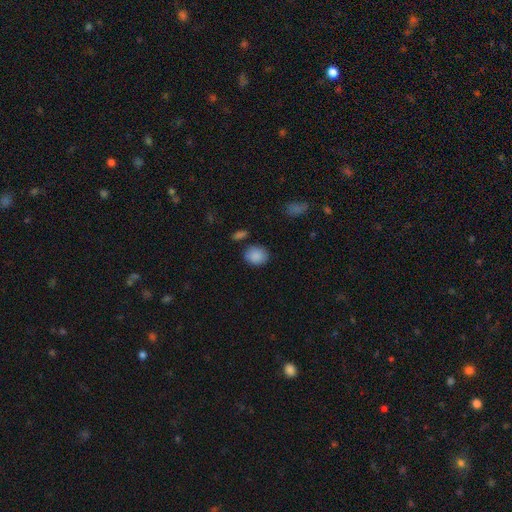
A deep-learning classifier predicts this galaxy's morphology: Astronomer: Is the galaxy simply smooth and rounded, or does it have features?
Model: smooth — 88%.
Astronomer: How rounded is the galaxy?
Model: round — 59% (runner-up: in between, 40%).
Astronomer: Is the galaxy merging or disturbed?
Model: none — 80%.